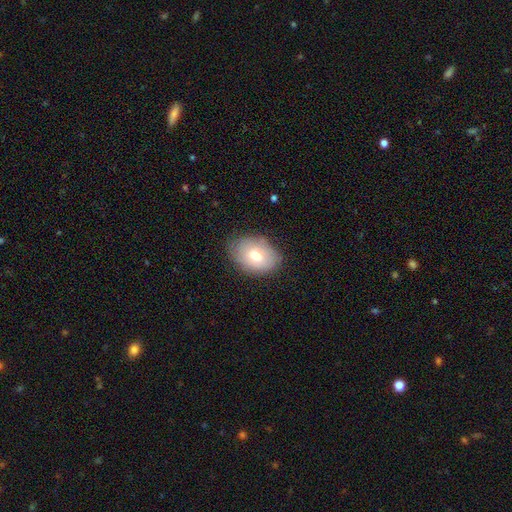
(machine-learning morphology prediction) A smooth galaxy with no disk features (71%) that is in between round and cigar-shaped (75%). Merging: none (75%).